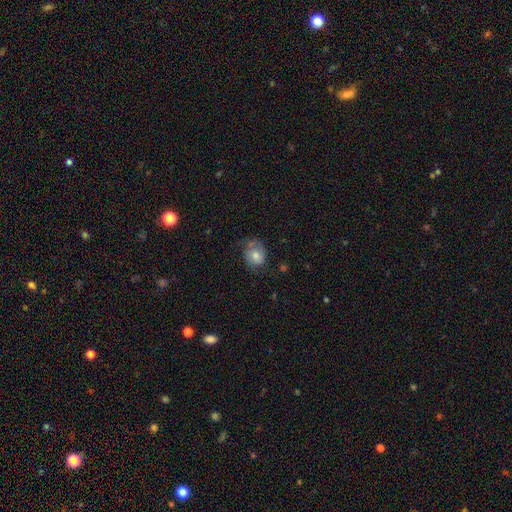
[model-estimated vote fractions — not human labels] Smooth or featured? Predicted: smooth (p=0.54). How rounded? Predicted: round (p=0.51). Merging? Predicted: none (p=0.48).